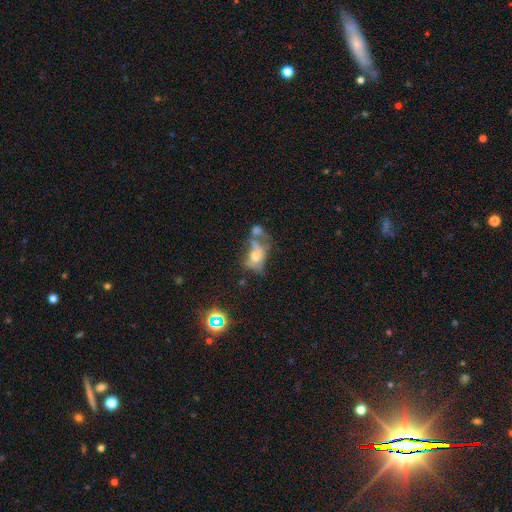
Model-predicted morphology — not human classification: Smooth or featured: smooth — 43% (featured or disk — 40%)
Merging: merger — 41% (none — 22%)